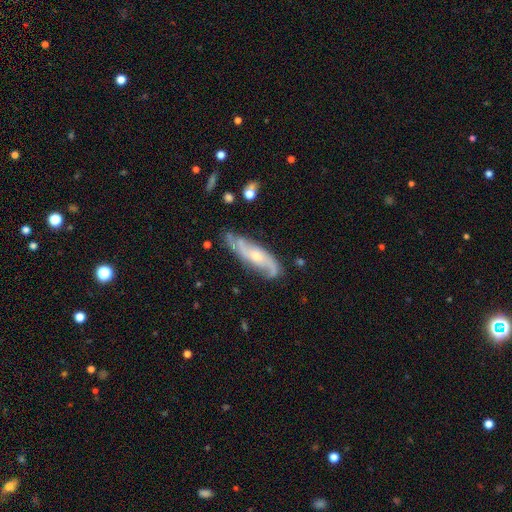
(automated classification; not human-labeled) featured or disk 78%, smooth 16%, star or artifact 6%. Down the decision tree: edge-on disk — no (80%); bar — no (62%); spiral arms — yes (94%); spiral arm count — 2 (68%); spiral winding — medium (43%); bulge size — small (52%); merging — none (72%).